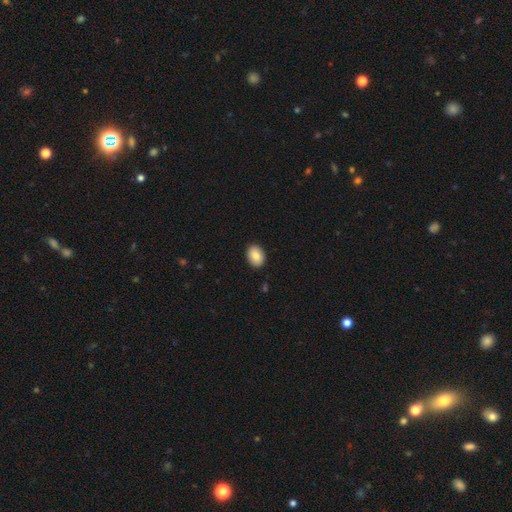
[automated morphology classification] A smooth galaxy with no disk features (85%) that is in between round and cigar-shaped (74%).

Vote fractions:
- Smooth or featured? smooth: 85% / featured or disk: 7% / star or artifact: 7%
- How rounded? in between: 74% / round: 25% / cigar-shaped: 1%
- Merging? none: 91% / minor disturbance: 7% / major disturbance: 2% / merger: 1%